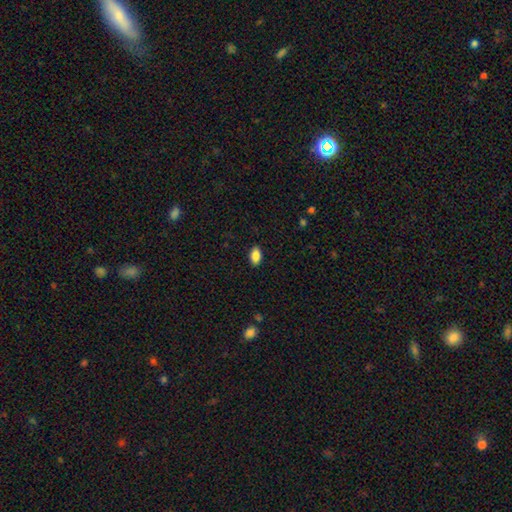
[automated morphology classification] A smooth galaxy with no disk features (87%) that is in between round and cigar-shaped (92%).

Vote fractions:
- Smooth or featured? smooth: 87% / star or artifact: 8% / featured or disk: 5%
- How rounded? in between: 92% / round: 5% / cigar-shaped: 2%
- Merging? none: 89% / minor disturbance: 8% / major disturbance: 2% / merger: 1%